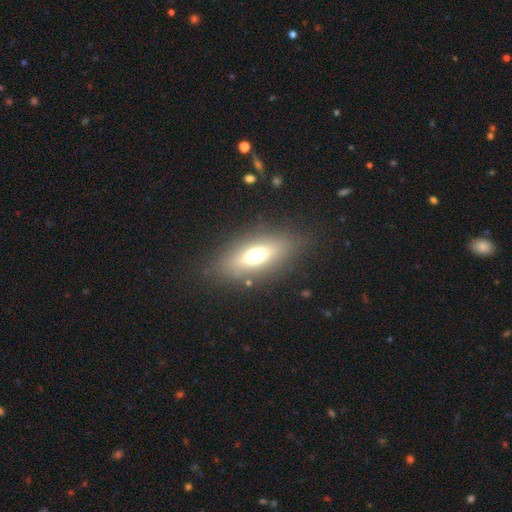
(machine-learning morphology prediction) This appears to be a smooth galaxy with no disk features (58%) that is in between round and cigar-shaped (73%). Merging: none (82%).